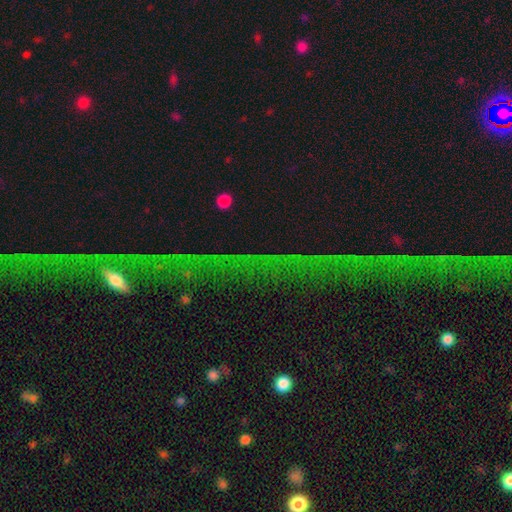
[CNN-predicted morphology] This is likely a star or artifact rather than a galaxy (77%).